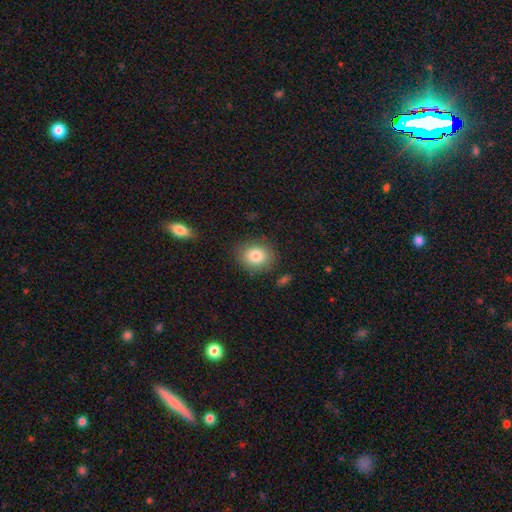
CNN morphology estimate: smooth 82%, featured or disk 9%, star or artifact 9%. Down the decision tree: how rounded — round (68%); merging — none (83%).